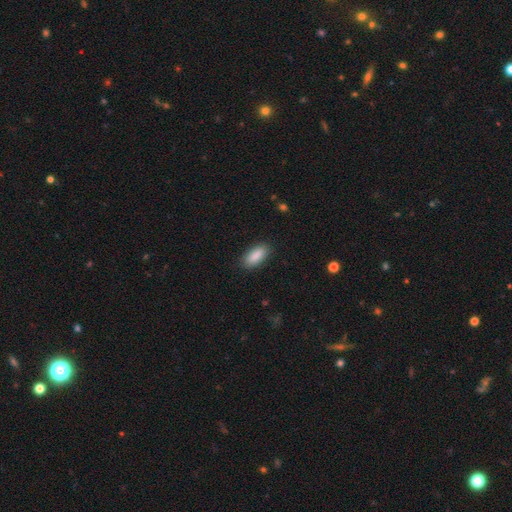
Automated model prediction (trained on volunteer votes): Morphology: type=smooth (89%); roundness=in between (85%); merging=none (88%).